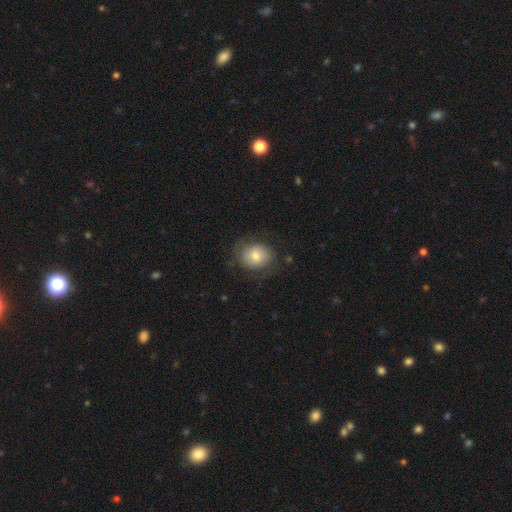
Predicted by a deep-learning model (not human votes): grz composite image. It shows a smooth galaxy with no disk features (68%) that is round (68%). Merging: none (70%).